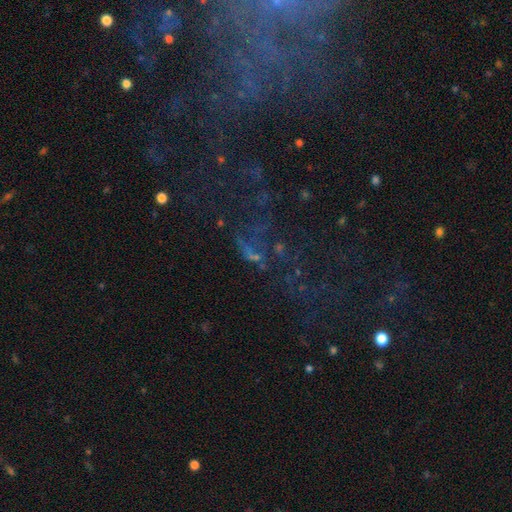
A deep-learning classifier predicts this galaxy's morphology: The model was most divided on "smooth or featured": star or artifact: 56%, featured or disk: 23%, smooth: 21%.